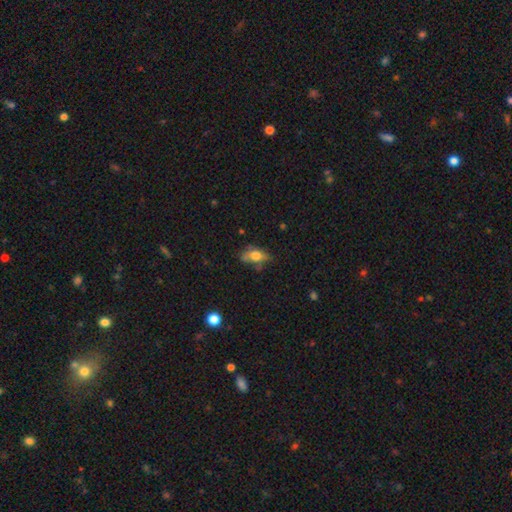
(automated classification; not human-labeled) The model was most divided on "merging": none: 49%, minor disturbance: 30%, major disturbance: 16%, merger: 6%. More confident: how rounded — in between (81%); smooth or featured — smooth (62%).